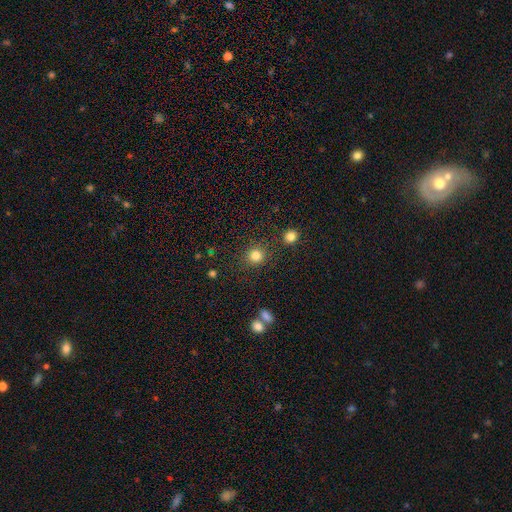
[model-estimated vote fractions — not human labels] Q: Smooth or featured?
A: smooth (82%); runner-up: star or artifact (13%)
Q: How rounded?
A: round (88%); runner-up: in between (11%)
Q: Merging?
A: none (84%); runner-up: minor disturbance (8%)